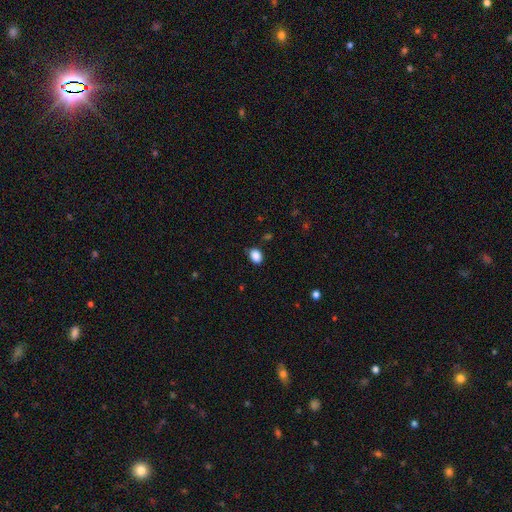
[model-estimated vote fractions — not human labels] smooth 88%, star or artifact 9%, featured or disk 3%. Down the decision tree: how rounded — in between (70%); merging — none (80%).